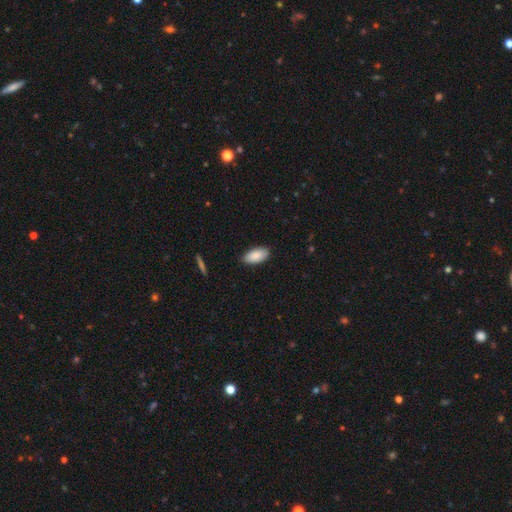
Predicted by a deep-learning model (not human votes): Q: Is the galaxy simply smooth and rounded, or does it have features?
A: smooth — 88%.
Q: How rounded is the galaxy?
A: in between — 94%.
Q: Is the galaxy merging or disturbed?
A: none — 86%.